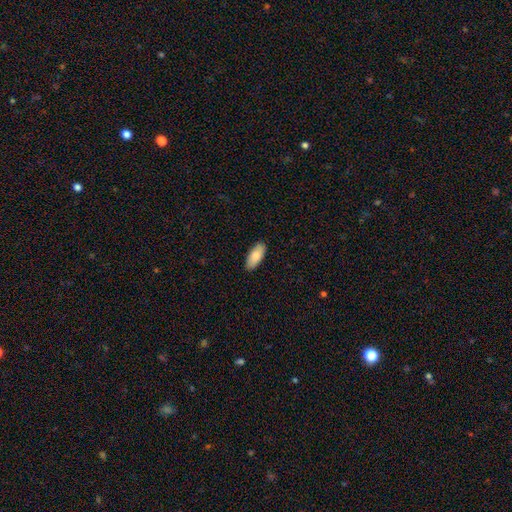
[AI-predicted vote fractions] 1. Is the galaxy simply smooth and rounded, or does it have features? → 84% smooth, 10% featured or disk, 6% star or artifact.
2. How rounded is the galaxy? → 87% in between, 11% cigar-shaped, 2% round.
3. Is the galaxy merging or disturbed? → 89% none, 8% minor disturbance, 2% major disturbance, 1% merger.